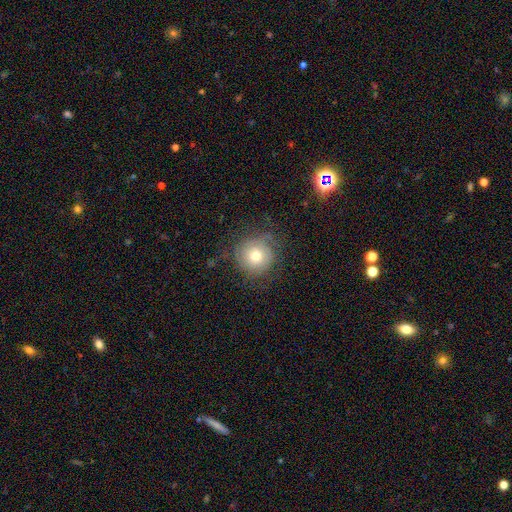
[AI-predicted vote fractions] Smooth or featured? Predicted: smooth (p=0.59). How rounded? Predicted: round (p=0.93). Merging? Predicted: none (p=0.69).